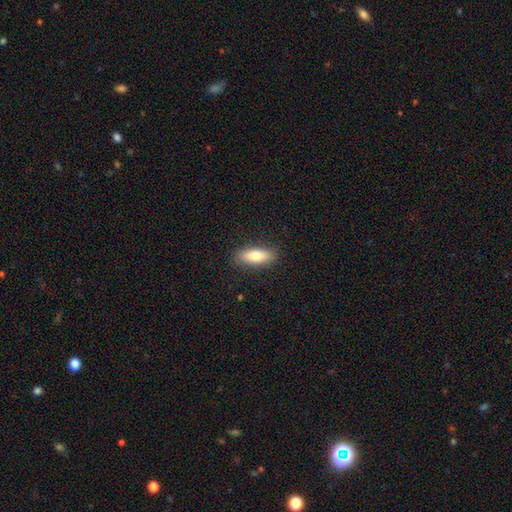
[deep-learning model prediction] Smooth or featured: smooth — 76% (featured or disk — 17%)
How rounded: in between — 62% (cigar-shaped — 35%)
Merging: none — 87% (minor disturbance — 9%)